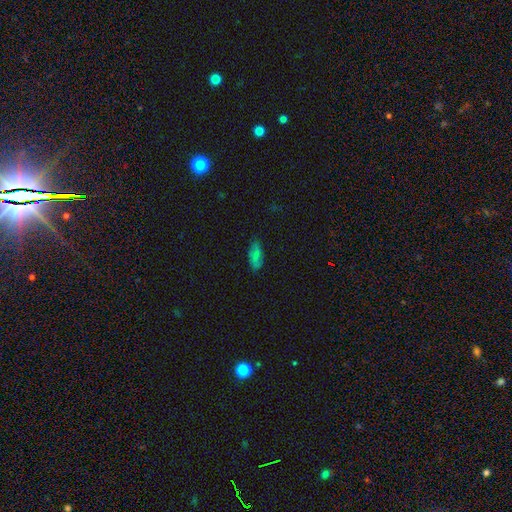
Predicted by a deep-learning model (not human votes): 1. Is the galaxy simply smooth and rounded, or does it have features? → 77% smooth, 12% featured or disk, 11% star or artifact.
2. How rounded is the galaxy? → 83% in between, 14% cigar-shaped, 2% round.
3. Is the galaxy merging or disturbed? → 79% none, 16% minor disturbance, 4% major disturbance, 1% merger.